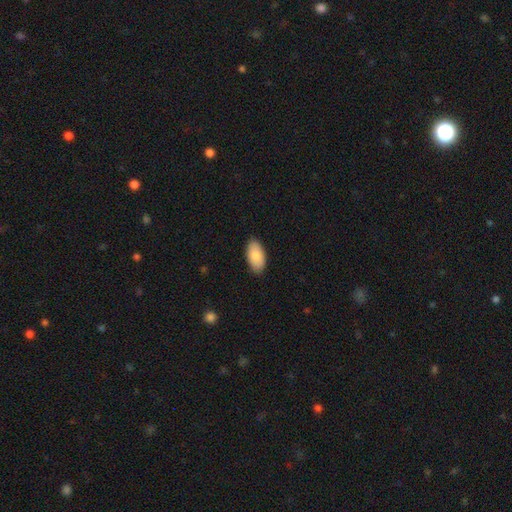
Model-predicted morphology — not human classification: A smooth galaxy with no disk features (86%) that is in between round and cigar-shaped (95%).

Vote fractions:
- Smooth or featured? smooth: 86% / featured or disk: 9% / star or artifact: 6%
- How rounded? in between: 95% / cigar-shaped: 3% / round: 2%
- Merging? none: 86% / minor disturbance: 11% / major disturbance: 2% / merger: 1%